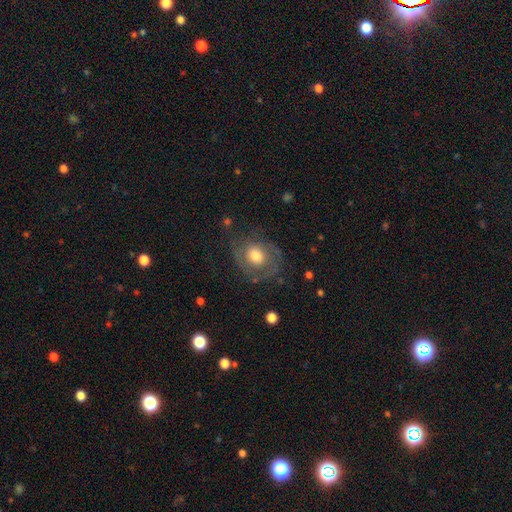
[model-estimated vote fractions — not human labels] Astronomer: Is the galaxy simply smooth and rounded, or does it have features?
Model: featured or disk — 54% (runner-up: smooth, 37%).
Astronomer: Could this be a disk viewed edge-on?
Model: no — 96%.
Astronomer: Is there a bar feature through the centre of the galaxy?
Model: no — 80%.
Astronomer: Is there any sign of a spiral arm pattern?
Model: yes — 67%.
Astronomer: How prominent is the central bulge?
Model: moderate — 55% (runner-up: large, 32%).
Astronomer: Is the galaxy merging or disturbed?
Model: none — 63%.